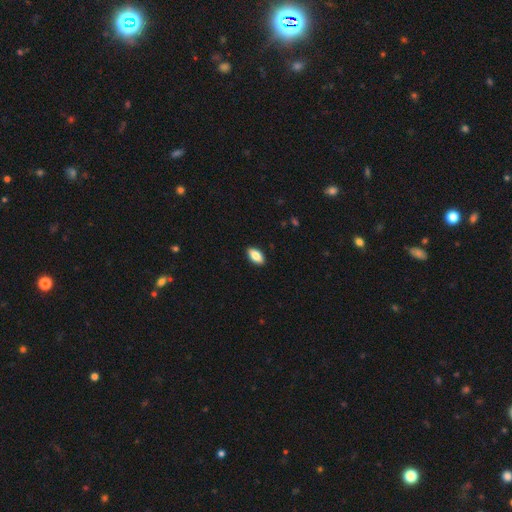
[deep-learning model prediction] The model was most divided on "smooth or featured": smooth: 82%, featured or disk: 11%, star or artifact: 7%. More confident: how rounded — in between (90%); merging — none (90%).